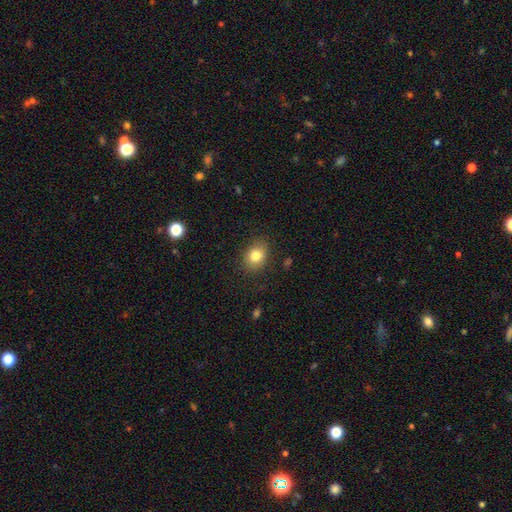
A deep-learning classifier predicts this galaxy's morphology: smooth_or_featured: smooth (p=0.81) [alt: star or artifact p=0.10]
how_rounded: in between (p=0.59) [alt: round p=0.40]
merging: none (p=0.85) [alt: minor disturbance p=0.10]